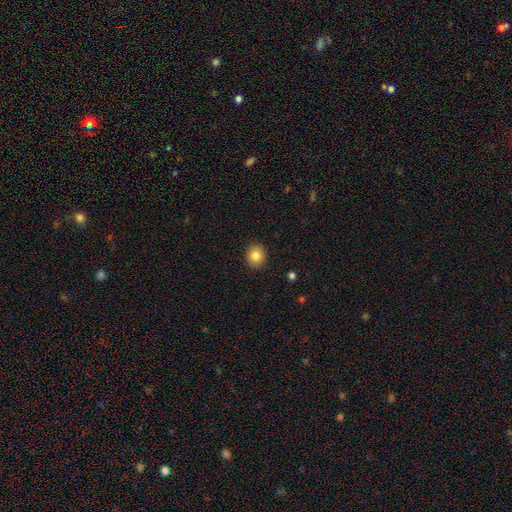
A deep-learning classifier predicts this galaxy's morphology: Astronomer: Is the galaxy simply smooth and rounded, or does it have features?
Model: smooth — 83%.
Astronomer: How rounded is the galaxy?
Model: round — 78%.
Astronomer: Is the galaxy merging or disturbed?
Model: none — 91%.